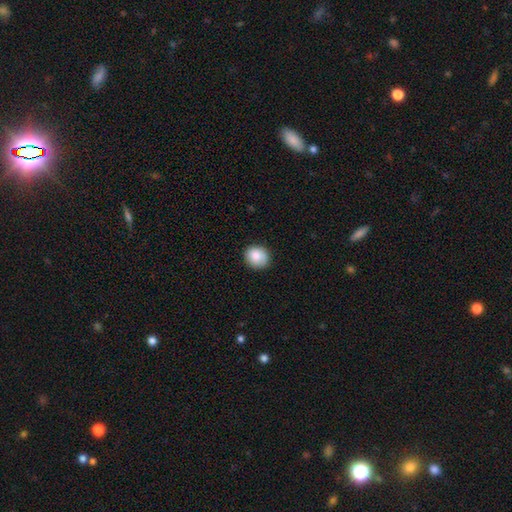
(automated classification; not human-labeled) smooth-or-featured: smooth: 86% | star or artifact: 8% | featured or disk: 6%
  how-rounded: round: 83% | in between: 16% | cigar-shaped: 1%
  merging: none: 86% | minor disturbance: 11% | major disturbance: 2% | merger: 1%